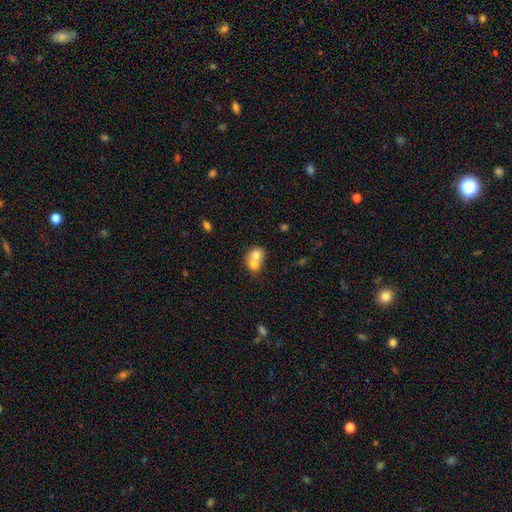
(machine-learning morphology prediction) Overall: smooth (70%). How rounded: round (60%; in between 39%). Merging: merger (74%).